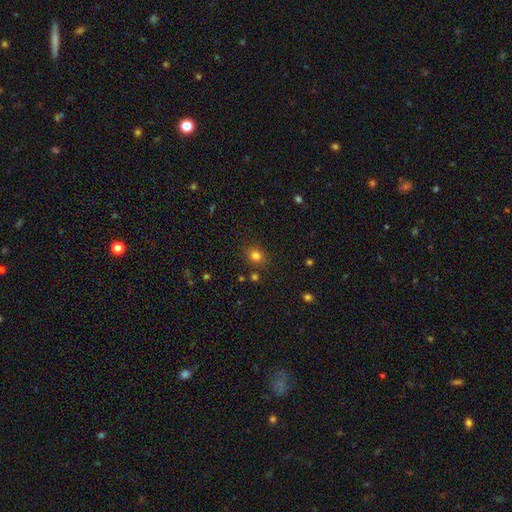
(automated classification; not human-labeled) A smooth galaxy with no disk features (80%) that is round (63%). Merging: none (84%).